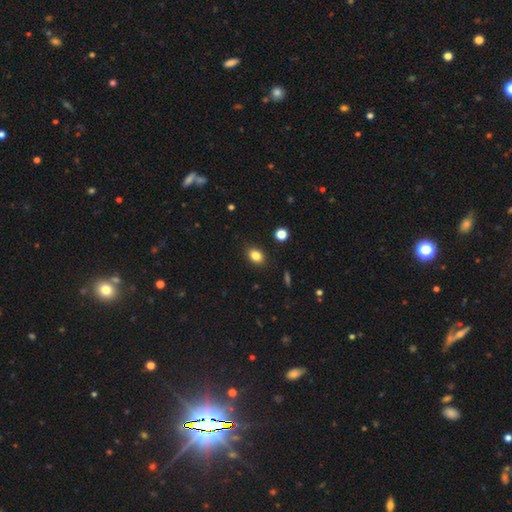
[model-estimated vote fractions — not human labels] This is clearly a smooth galaxy (83%). How rounded: likely in between (69%). Merging: clearly none (88%).